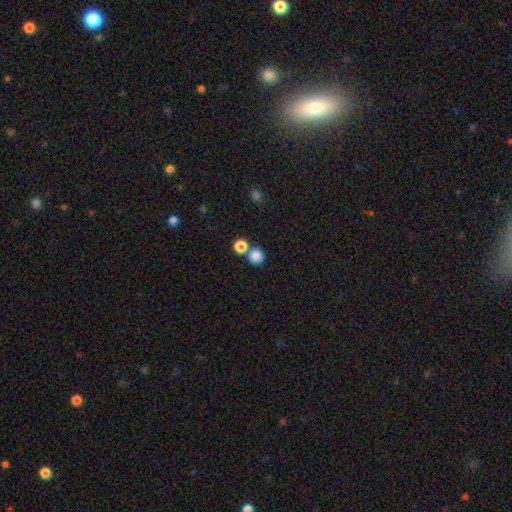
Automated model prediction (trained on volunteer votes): Smooth or featured?
  - smooth: 85% *
  - star or artifact: 10%
  - featured or disk: 5%
How rounded?
  - round: 90% *
  - in between: 9%
  - cigar-shaped: 1%
Merging?
  - none: 63% *
  - merger: 28%
  - minor disturbance: 7%
  - major disturbance: 3%